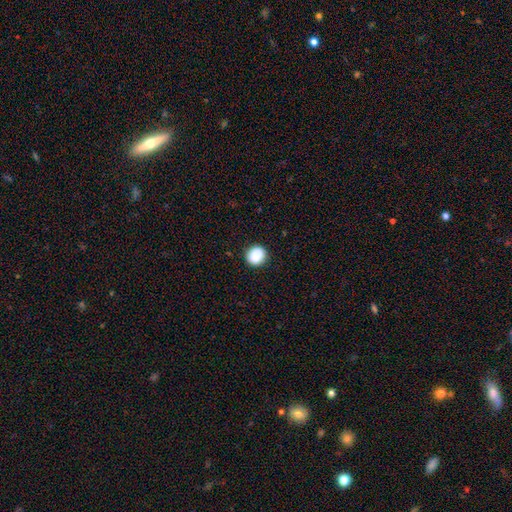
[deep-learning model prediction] Morphology: type=smooth (83%); roundness=round (90%); merging=none (84%).